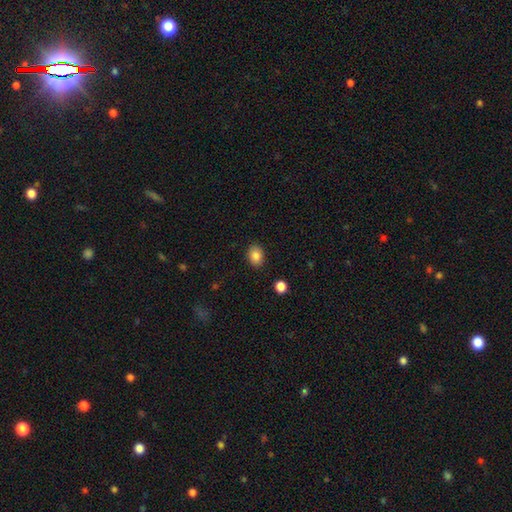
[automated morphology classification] Smooth or featured?
  - smooth: 85% *
  - star or artifact: 9%
  - featured or disk: 6%
How rounded?
  - in between: 69% *
  - round: 30%
  - cigar-shaped: 1%
Merging?
  - none: 88% *
  - minor disturbance: 9%
  - major disturbance: 2%
  - merger: 1%